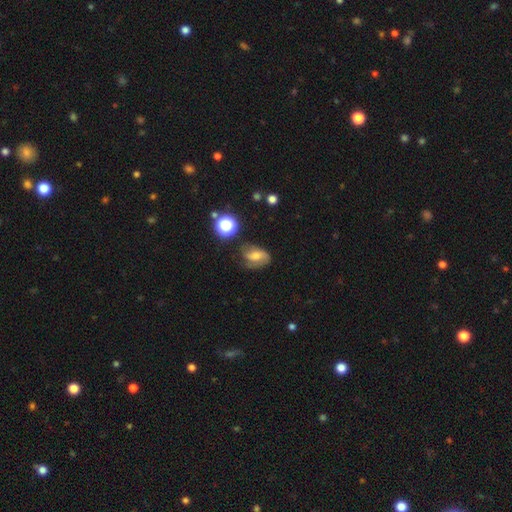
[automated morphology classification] Smooth or featured? Predicted: featured or disk (p=0.49). Merging? Predicted: none (p=0.55).